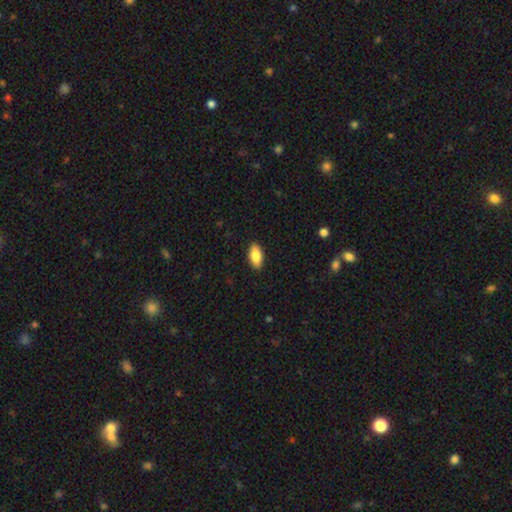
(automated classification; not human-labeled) This appears to be a smooth galaxy with no disk features (83%) that is in between round and cigar-shaped (90%). Merging: none (90%).